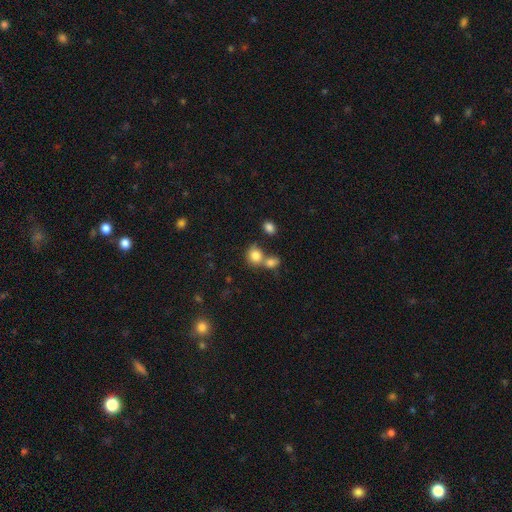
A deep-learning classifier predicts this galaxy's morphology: Smooth or featured? Predicted: smooth (p=0.82). How rounded? Predicted: round (p=0.69). Merging? Predicted: merger (p=0.43, tied with none).